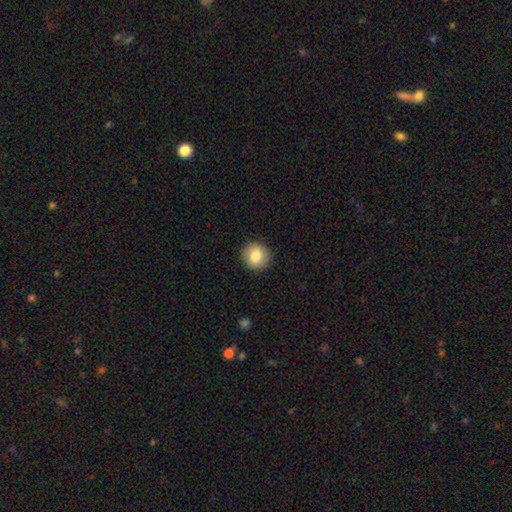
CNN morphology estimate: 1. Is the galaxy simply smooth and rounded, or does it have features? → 81% smooth, 11% featured or disk, 8% star or artifact.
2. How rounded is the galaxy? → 88% round, 11% in between, 1% cigar-shaped.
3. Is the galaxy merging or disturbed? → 91% none, 6% minor disturbance, 2% major disturbance, 1% merger.